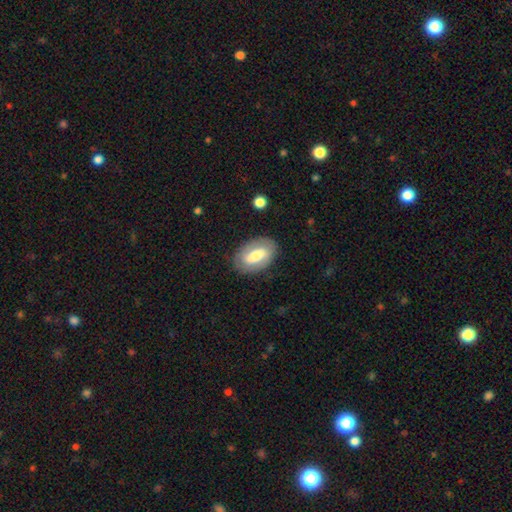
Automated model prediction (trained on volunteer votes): Smooth or featured? Predicted: smooth (p=0.48). Merging? Predicted: none (p=0.83).